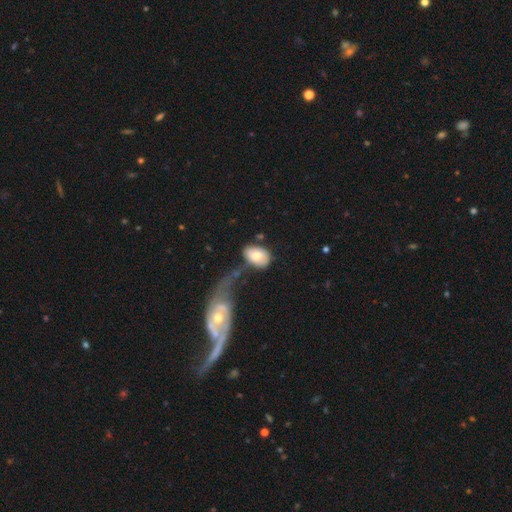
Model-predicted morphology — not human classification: smooth_or_featured: smooth (p=0.73) [alt: featured or disk p=0.22]
how_rounded: in between (p=0.86) [alt: round p=0.13]
merging: none (p=0.38) [alt: merger p=0.26]